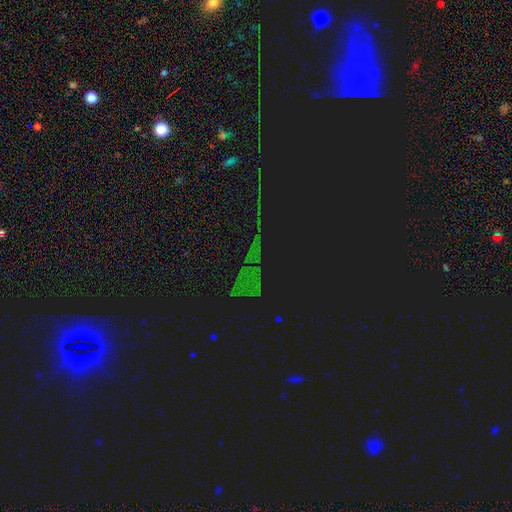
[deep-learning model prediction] A star or artifact, not a galaxy (83%).